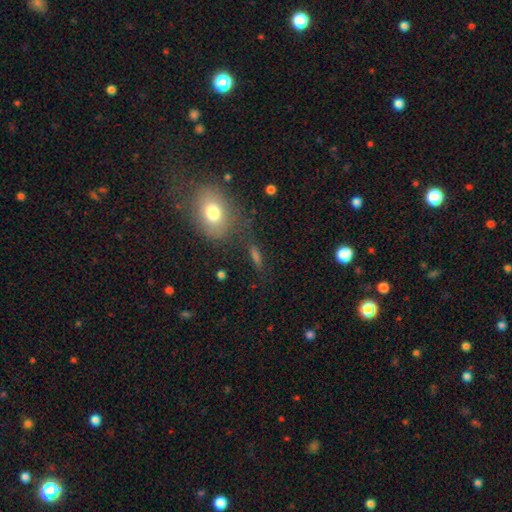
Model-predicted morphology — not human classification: Overall: smooth (61%; star or artifact 21%). How rounded: in between (48%; cigar-shaped 38%). Merging: none (71%).